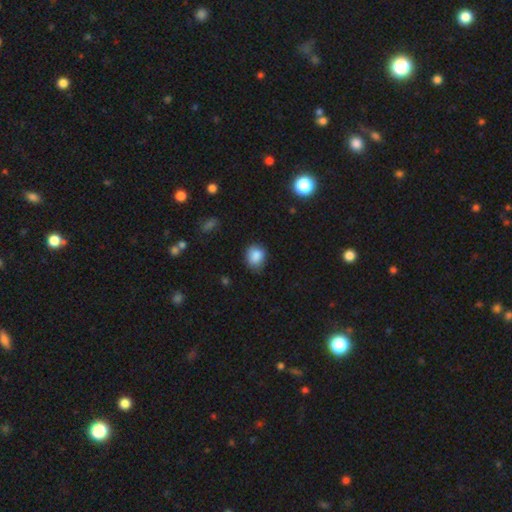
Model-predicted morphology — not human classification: Smooth or featured: smooth — 86% (star or artifact — 9%)
How rounded: round — 59% (in between — 40%)
Merging: none — 74% (minor disturbance — 21%)